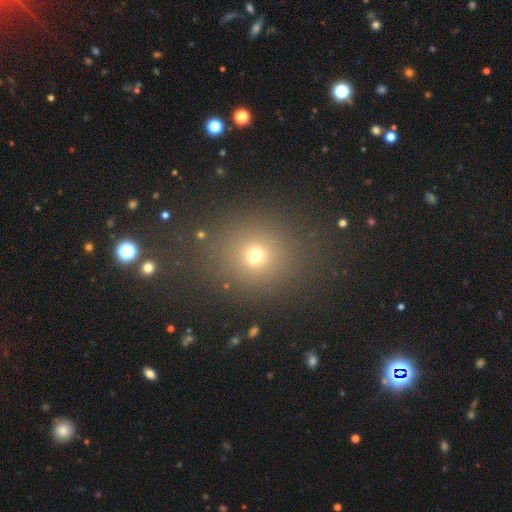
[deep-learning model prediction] Morphology: type=smooth (64%); roundness=round (77%); merging=none (77%).